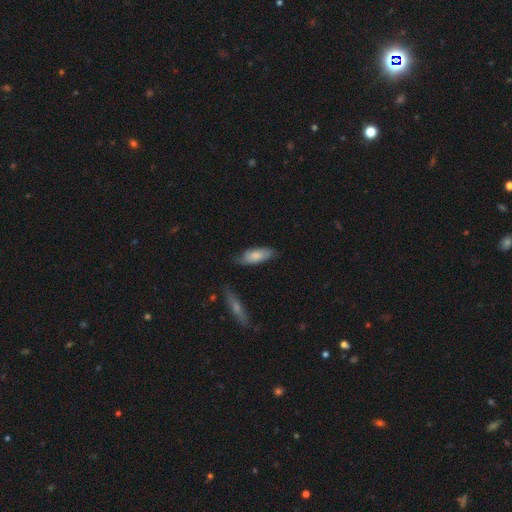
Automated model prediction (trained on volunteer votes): A smooth galaxy with no disk features (66%) that is in between round and cigar-shaped (76%).

Vote fractions:
- Smooth or featured? smooth: 66% / featured or disk: 28% / star or artifact: 6%
- How rounded? in between: 76% / cigar-shaped: 22% / round: 2%
- Merging? none: 62% / minor disturbance: 29% / major disturbance: 6% / merger: 2%